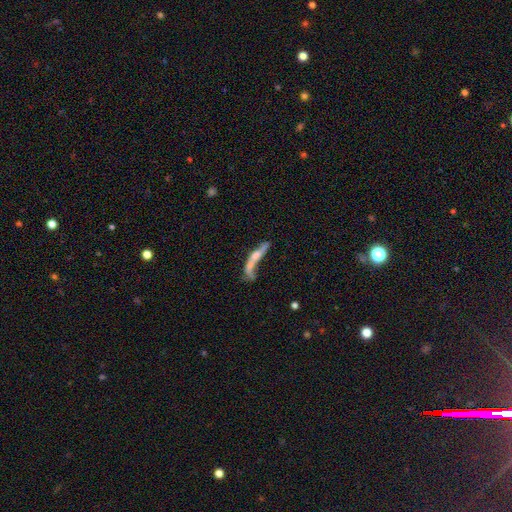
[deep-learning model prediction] Q: Smooth or featured?
A: featured or disk (57%); runner-up: smooth (33%)
Q: Edge-on disk?
A: yes (50%); tied with: no (50%)
Q: Merging?
A: merger (29%); runner-up: major disturbance (28%)